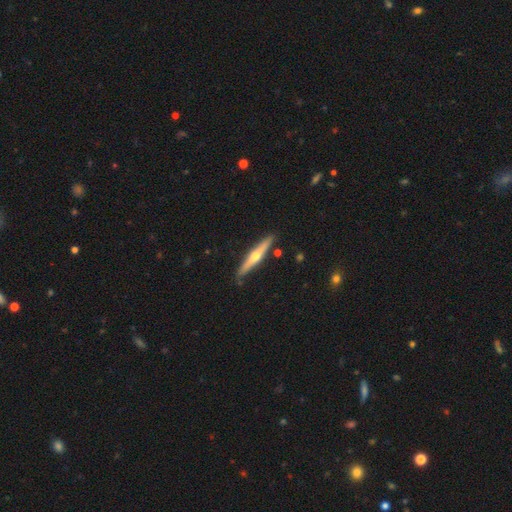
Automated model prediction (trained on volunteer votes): Overall: featured or disk (65%; smooth 29%). Edge-on disk: yes (96%). Edge-on bulge: rounded (90%). Merging: none (87%).